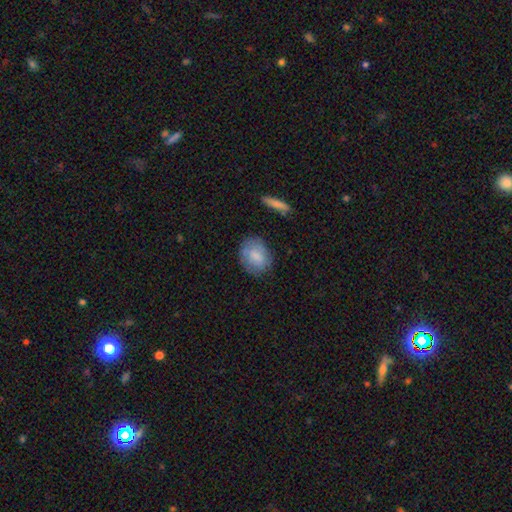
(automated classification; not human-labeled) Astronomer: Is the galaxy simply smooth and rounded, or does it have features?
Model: smooth — 73%.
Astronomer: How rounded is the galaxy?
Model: in between — 60% (runner-up: round, 38%).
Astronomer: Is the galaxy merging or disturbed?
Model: none — 72%.